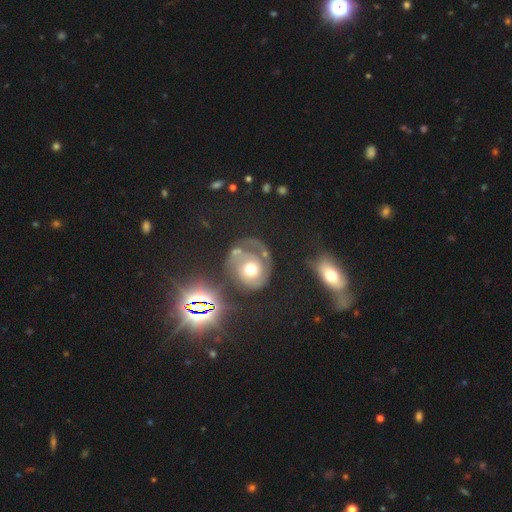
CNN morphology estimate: This is possibly a featured or disk galaxy (48%). Merging: possibly none (58%).